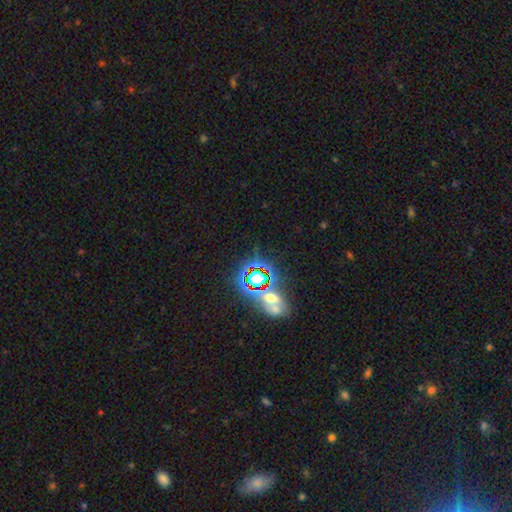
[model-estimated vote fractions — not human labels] Smooth or featured: star or artifact — 62% (smooth — 20%)